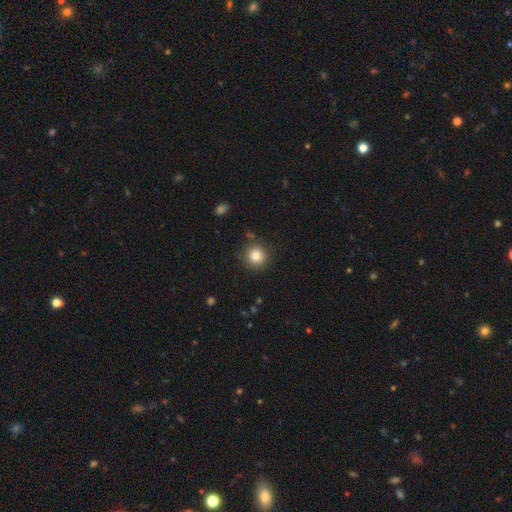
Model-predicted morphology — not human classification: Smooth or featured? Predicted: smooth (p=0.82). How rounded? Predicted: round (p=0.94). Merging? Predicted: none (p=0.87).